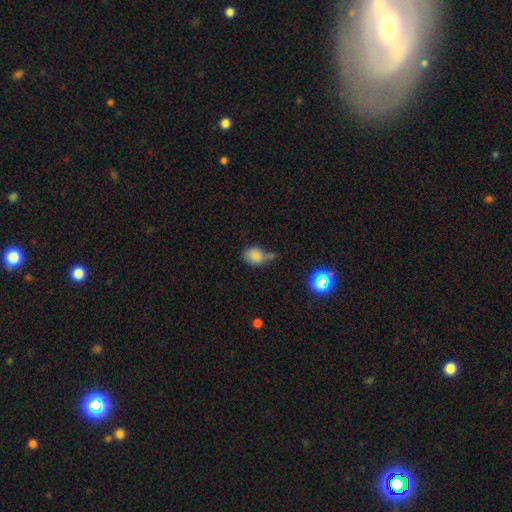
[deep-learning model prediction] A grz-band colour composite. It shows a smooth galaxy with no disk features (81%) that is round (53%). Merging: none (35%).